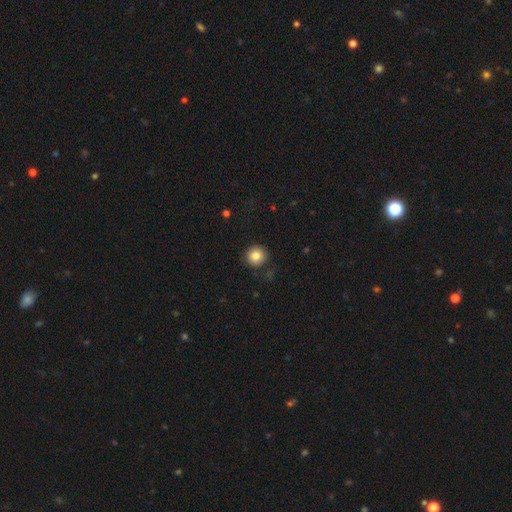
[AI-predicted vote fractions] smooth-or-featured: smooth: 83% | star or artifact: 10% | featured or disk: 7%
  how-rounded: round: 94% | in between: 5% | cigar-shaped: 1%
  merging: none: 89% | minor disturbance: 7% | major disturbance: 2% | merger: 1%